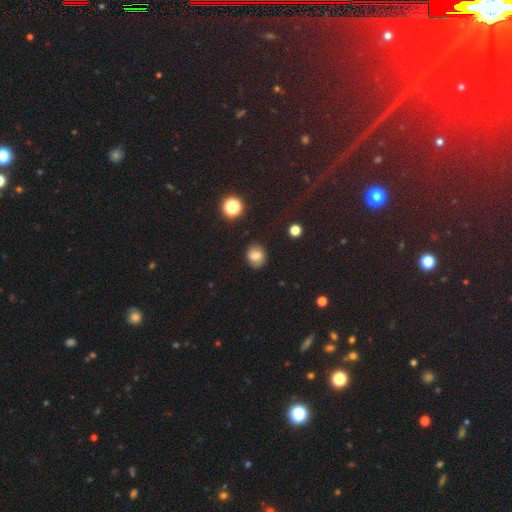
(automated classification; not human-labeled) This is likely a smooth galaxy (72%). How rounded: likely round (74%). Merging: clearly none (86%).